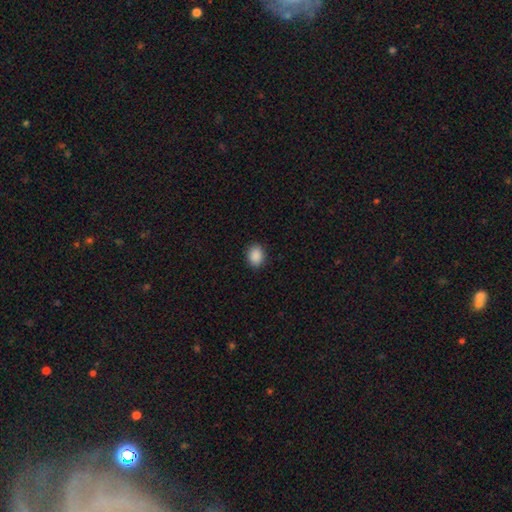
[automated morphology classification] The model was most divided on "how rounded": in between: 57%, round: 42%, cigar-shaped: 1%. More confident: smooth or featured — smooth (89%); merging — none (89%).